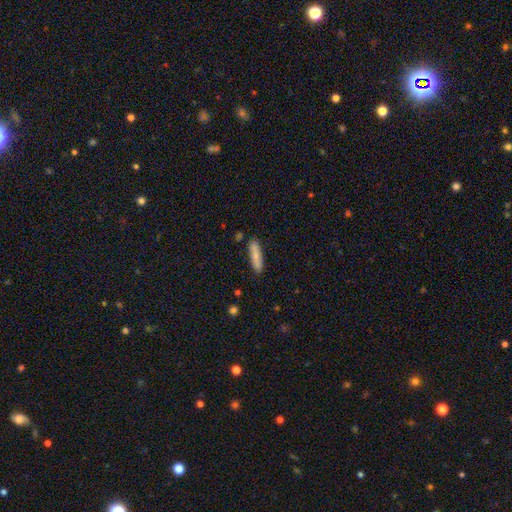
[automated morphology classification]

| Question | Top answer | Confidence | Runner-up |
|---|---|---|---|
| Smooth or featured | smooth | 75% | featured or disk (19%) |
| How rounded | cigar-shaped | 77% | in between (21%) |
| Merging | none | 86% | minor disturbance (10%) |